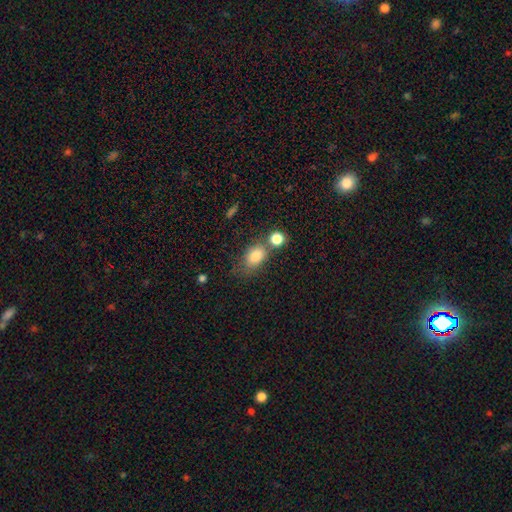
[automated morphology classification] Q: Smooth or featured?
A: smooth (81%); runner-up: star or artifact (10%)
Q: How rounded?
A: in between (75%); runner-up: round (23%)
Q: Merging?
A: none (52%); runner-up: merger (24%)